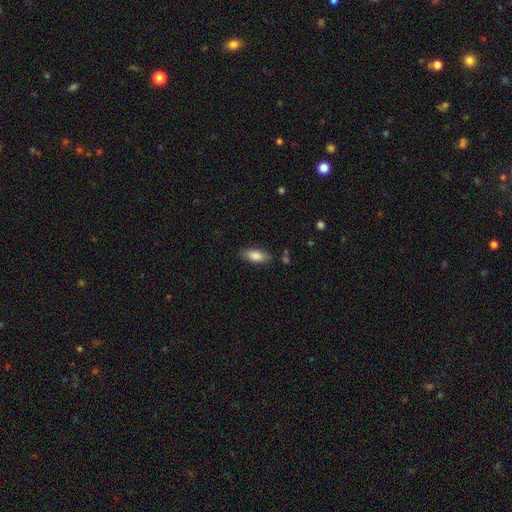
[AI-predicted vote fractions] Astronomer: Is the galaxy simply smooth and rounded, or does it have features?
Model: smooth — 85%.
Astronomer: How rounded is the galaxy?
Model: in between — 84%.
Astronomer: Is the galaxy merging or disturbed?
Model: none — 82%.